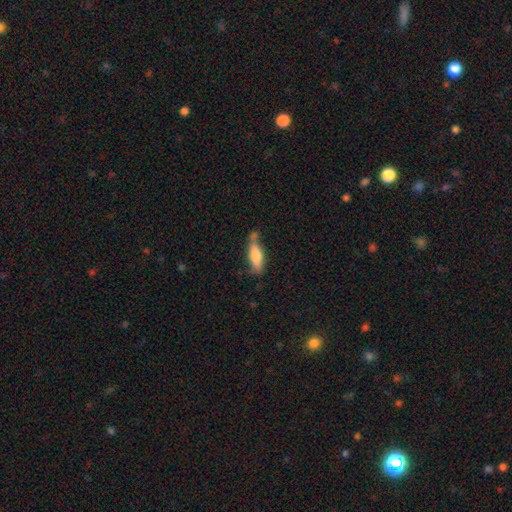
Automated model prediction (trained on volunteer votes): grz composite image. It shows a smooth galaxy with no disk features (73%) that is in between round and cigar-shaped (50%). Merging: none (52%).